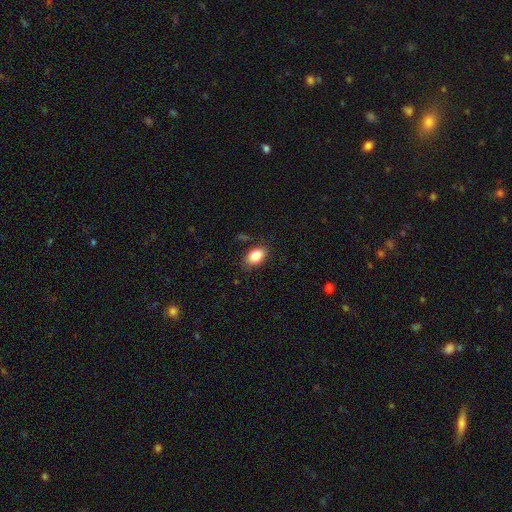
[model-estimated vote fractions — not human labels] Smooth or featured? Predicted: smooth (p=0.86). How rounded? Predicted: in between (p=0.89). Merging? Predicted: none (p=0.82).